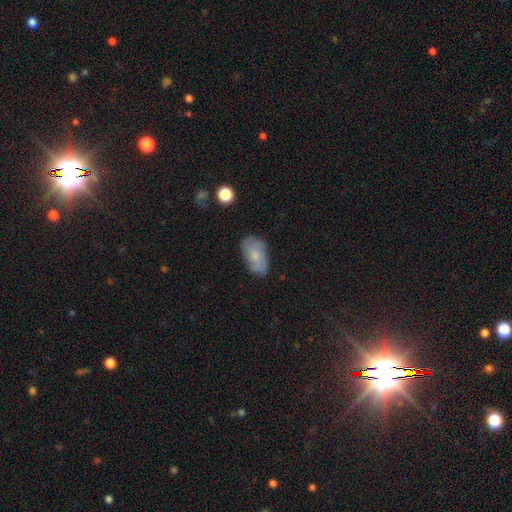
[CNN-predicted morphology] The model was most divided on "smooth or featured": smooth: 57%, featured or disk: 35%, star or artifact: 8%. More confident: how rounded — in between (91%); merging — none (69%).